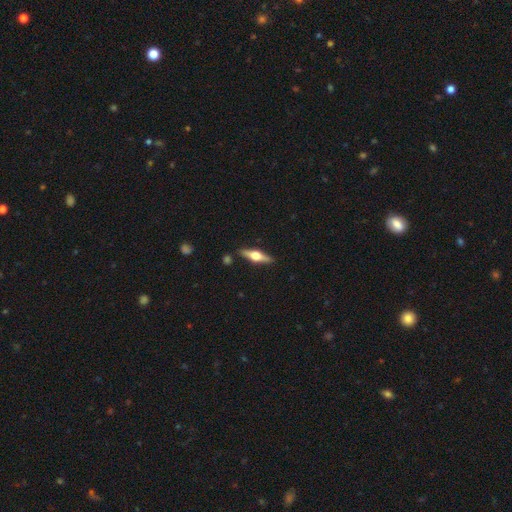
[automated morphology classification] smooth-or-featured: featured or disk: 67% | smooth: 27% | star or artifact: 5%
  disk-edge-on: yes: 96% | no: 4%
    edge-on-bulge: rounded: 95% | boxy: 3% | none: 1%
  merging: none: 88% | minor disturbance: 8% | merger: 2% | major disturbance: 2%